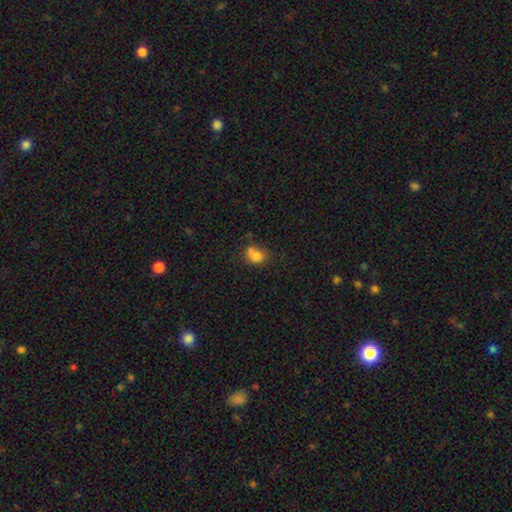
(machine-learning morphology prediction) smooth 77%, star or artifact 12%, featured or disk 11%. Down the decision tree: how rounded — round (52%); merging — none (41%).